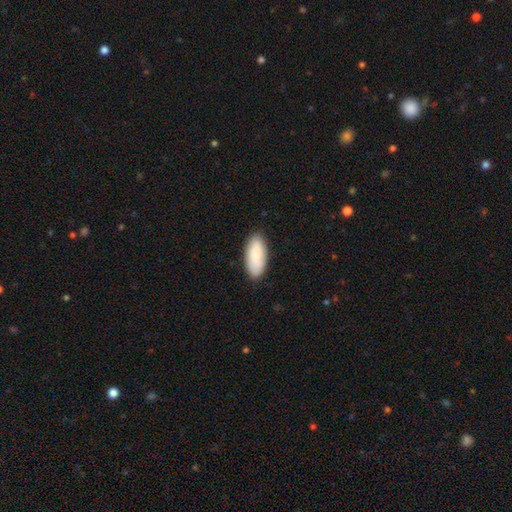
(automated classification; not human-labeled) Smooth or featured: smooth — 87% (featured or disk — 7%)
How rounded: in between — 87% (cigar-shaped — 11%)
Merging: none — 87% (minor disturbance — 10%)